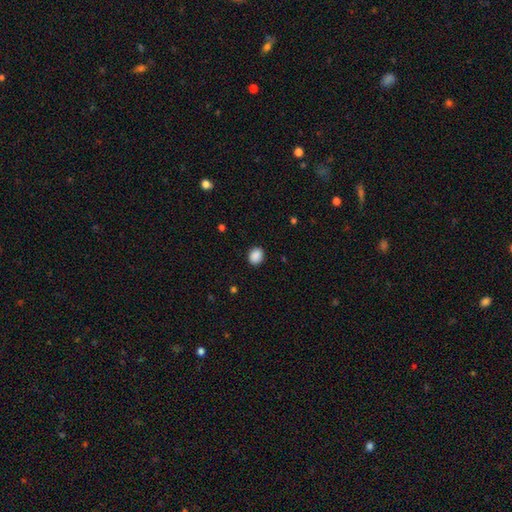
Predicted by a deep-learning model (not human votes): Smooth or featured?
  - smooth: 89% *
  - star or artifact: 8%
  - featured or disk: 3%
How rounded?
  - round: 61% *
  - in between: 38%
  - cigar-shaped: 1%
Merging?
  - none: 88% *
  - minor disturbance: 8%
  - major disturbance: 2%
  - merger: 1%